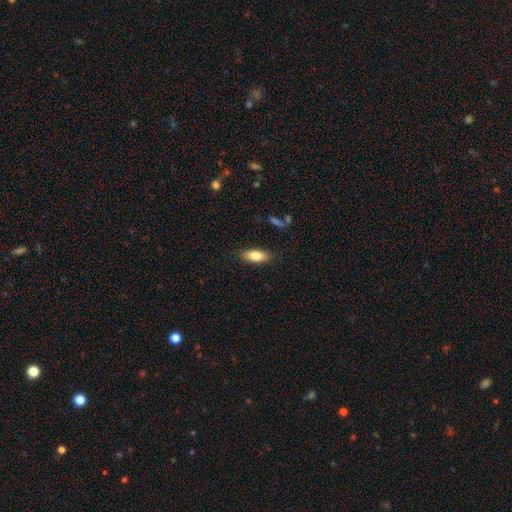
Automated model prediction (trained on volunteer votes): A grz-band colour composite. It shows a smooth galaxy with no disk features (78%) that is in between round and cigar-shaped (78%). Merging: none (86%).